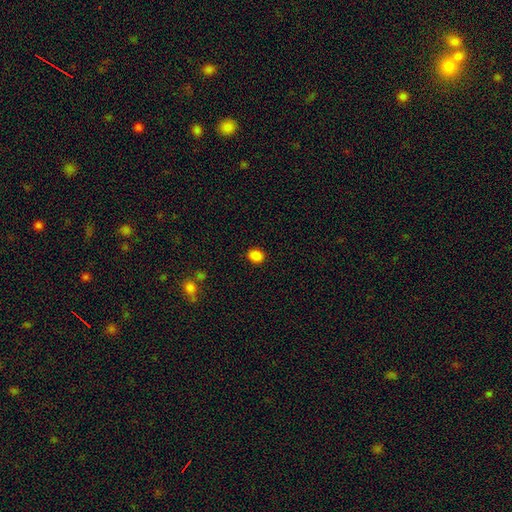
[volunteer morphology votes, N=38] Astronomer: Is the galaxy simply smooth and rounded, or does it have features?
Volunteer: smooth — 92%.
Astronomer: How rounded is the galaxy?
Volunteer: round — 54% (runner-up: in between, 46%).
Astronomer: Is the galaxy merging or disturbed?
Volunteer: none — 97%.